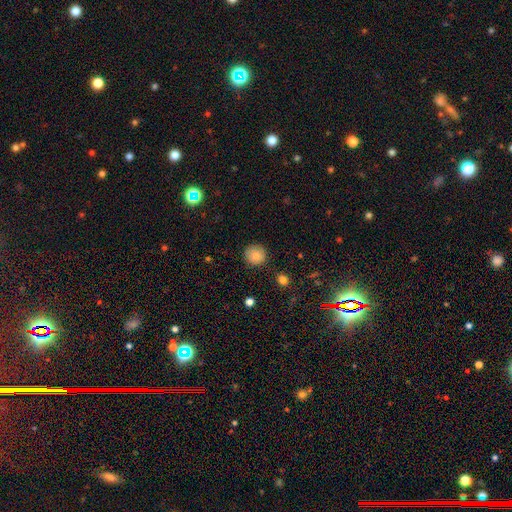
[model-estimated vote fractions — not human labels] Overall: smooth (80%). How rounded: round (94%). Merging: none (87%).